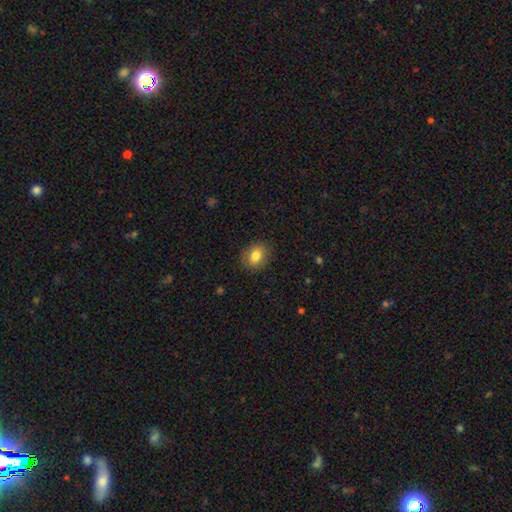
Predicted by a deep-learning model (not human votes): Smooth or featured: smooth — 82% (featured or disk — 9%)
How rounded: in between — 55% (round — 43%)
Merging: none — 86% (minor disturbance — 10%)